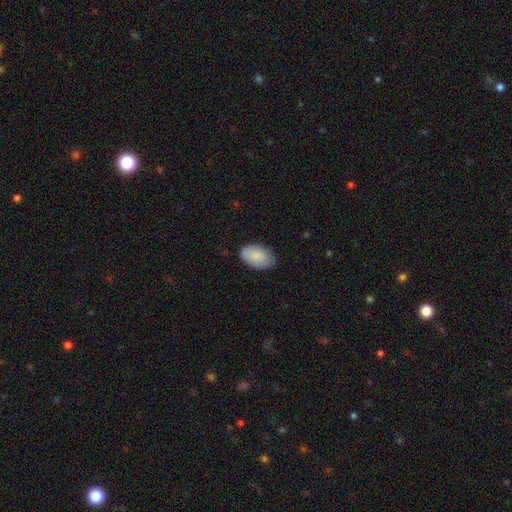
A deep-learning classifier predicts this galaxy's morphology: The model was most divided on "merging": none: 81%, minor disturbance: 15%, major disturbance: 3%, merger: 1%. More confident: how rounded — in between (94%); smooth or featured — smooth (86%).